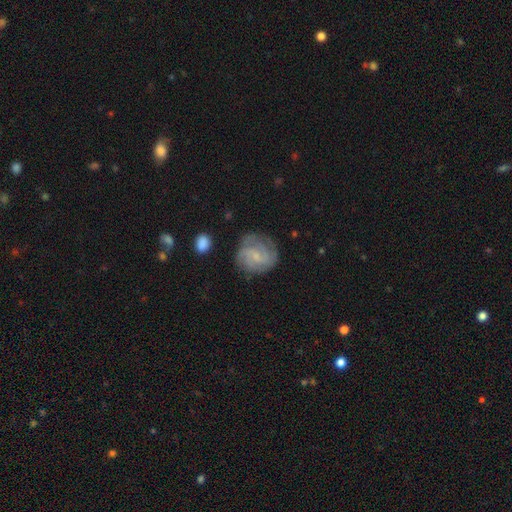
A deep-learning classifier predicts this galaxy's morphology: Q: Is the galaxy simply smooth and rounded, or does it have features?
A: featured or disk — 71%.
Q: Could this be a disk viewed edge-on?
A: no — 98%.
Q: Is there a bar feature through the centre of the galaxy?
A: weak — 47%.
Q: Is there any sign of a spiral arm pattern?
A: yes — 93%.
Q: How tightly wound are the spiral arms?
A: tight — 47%.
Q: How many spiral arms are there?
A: can't tell — 29%.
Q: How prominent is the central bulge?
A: small — 66%.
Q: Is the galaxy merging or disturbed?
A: none — 70%.